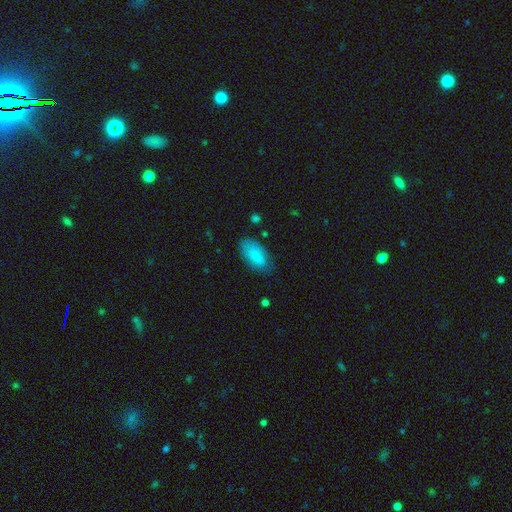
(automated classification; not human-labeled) Overall: smooth (84%). How rounded: in between (93%). Merging: none (73%).